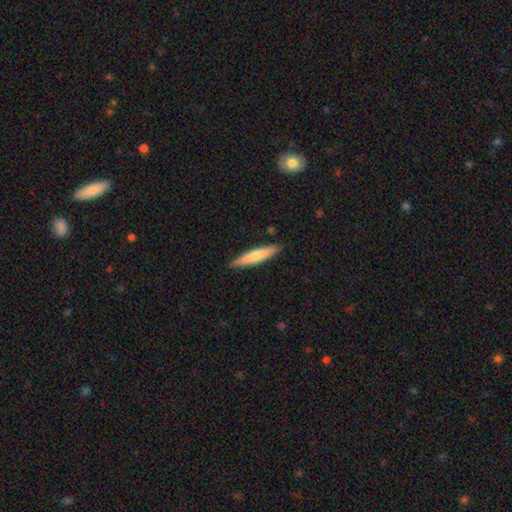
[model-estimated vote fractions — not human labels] smooth_or_featured: smooth (p=0.69) [alt: featured or disk p=0.26]
how_rounded: cigar-shaped (p=0.89) [alt: in between p=0.10]
merging: none (p=0.89) [alt: minor disturbance p=0.08]